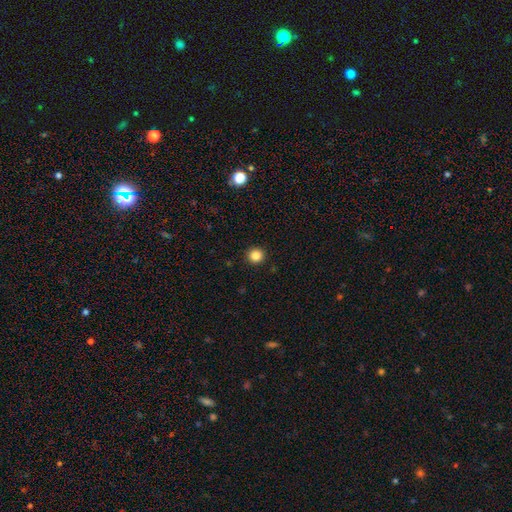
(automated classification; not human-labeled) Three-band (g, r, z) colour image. It shows a smooth galaxy with no disk features (84%) that is round (94%). Merging: none (93%).